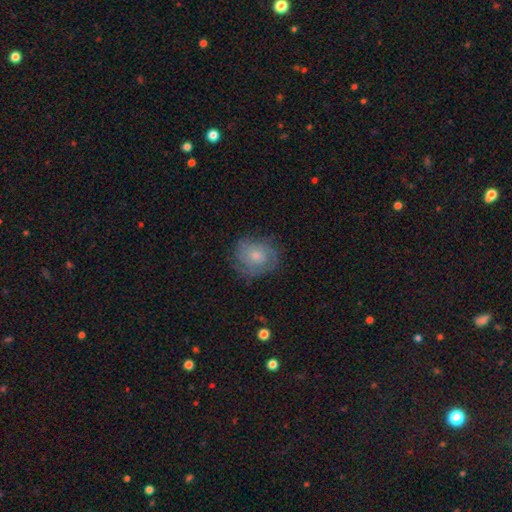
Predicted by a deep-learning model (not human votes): A featured or disk galaxy (55%) with no bar (79%), spiral arms (84%) and a moderate central bulge (46%). Merging: none (73%).